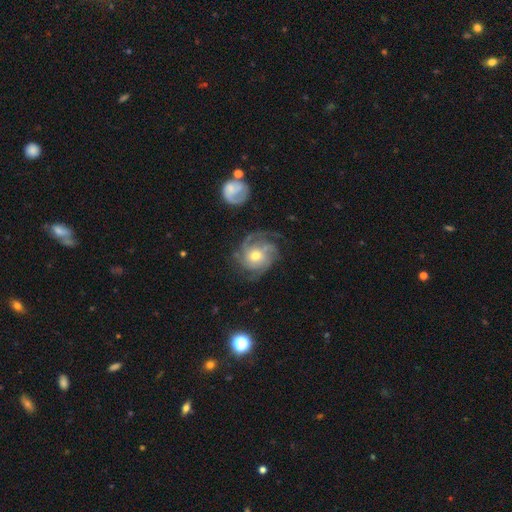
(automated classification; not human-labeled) A featured or disk galaxy (83%) with no bar (77%), 3 (31%) tight (55%) spiral arms (95%) and a moderate central bulge (68%). Merging: none (68%).